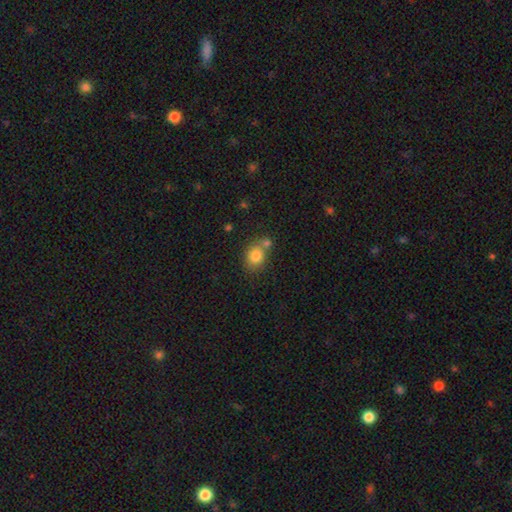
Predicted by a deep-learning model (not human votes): Smooth or featured? smooth (81%)
How rounded? round (58%)
Merging? none (55%)